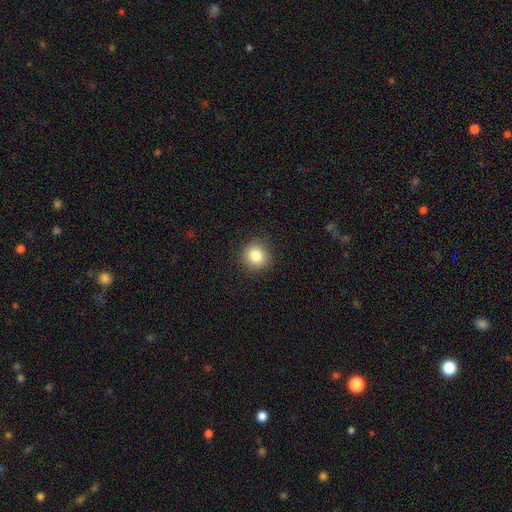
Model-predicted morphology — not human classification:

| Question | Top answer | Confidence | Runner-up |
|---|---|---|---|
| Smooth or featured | smooth | 84% | star or artifact (10%) |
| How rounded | round | 89% | in between (10%) |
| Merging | none | 89% | minor disturbance (7%) |